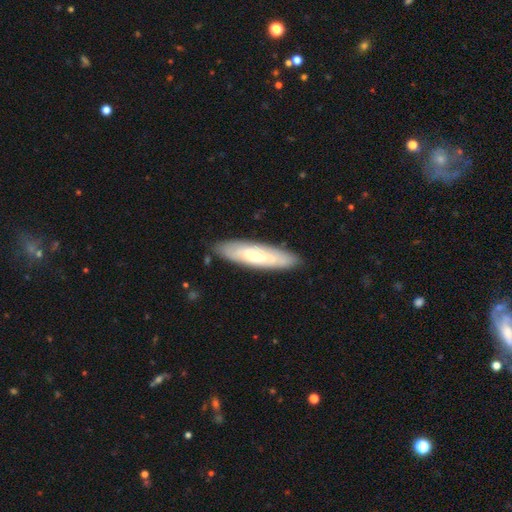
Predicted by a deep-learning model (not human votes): The model was most divided on "smooth or featured": featured or disk: 51%, smooth: 44%, star or artifact: 5%. More confident: merging — none (86%); edge-on disk — no (58%).